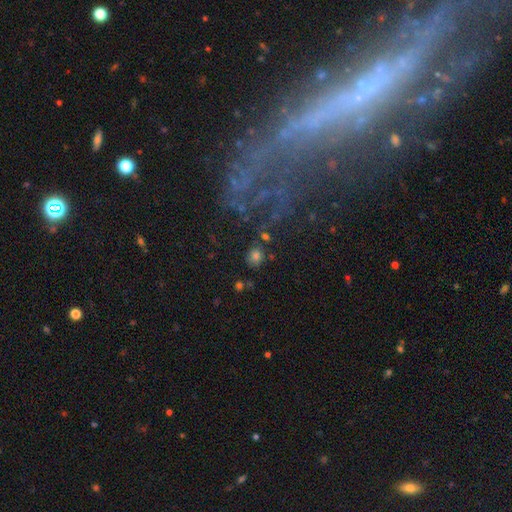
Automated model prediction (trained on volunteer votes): Morphology: type=smooth (78%); roundness=round (83%); merging=none (81%).